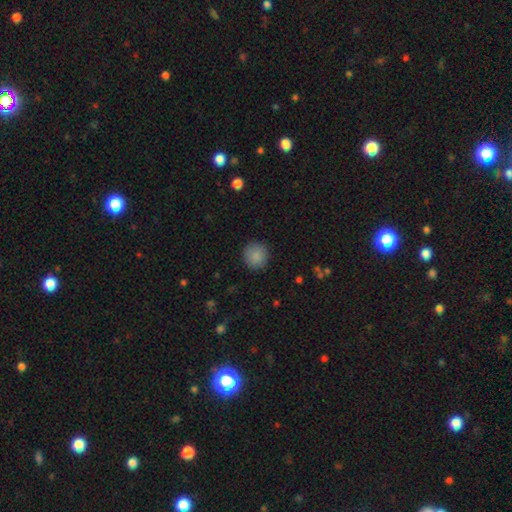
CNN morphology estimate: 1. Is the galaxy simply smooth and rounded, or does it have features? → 87% smooth, 8% star or artifact, 4% featured or disk.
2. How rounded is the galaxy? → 93% round, 6% in between, 1% cigar-shaped.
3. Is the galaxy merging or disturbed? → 88% none, 8% minor disturbance, 2% major disturbance, 1% merger.